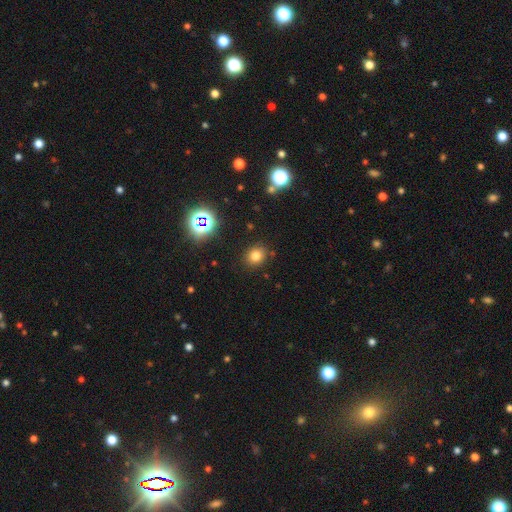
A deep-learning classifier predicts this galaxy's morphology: This is likely a smooth galaxy (75%). How rounded: likely round (71%). Merging: clearly none (86%).